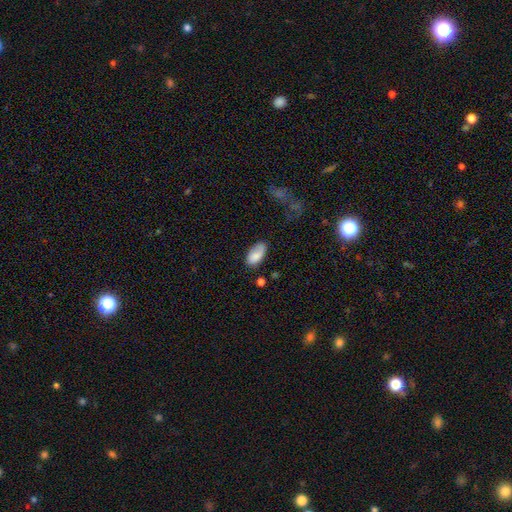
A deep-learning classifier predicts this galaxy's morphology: Smooth or featured? smooth (82%)
How rounded? in between (94%)
Merging? none (63%)